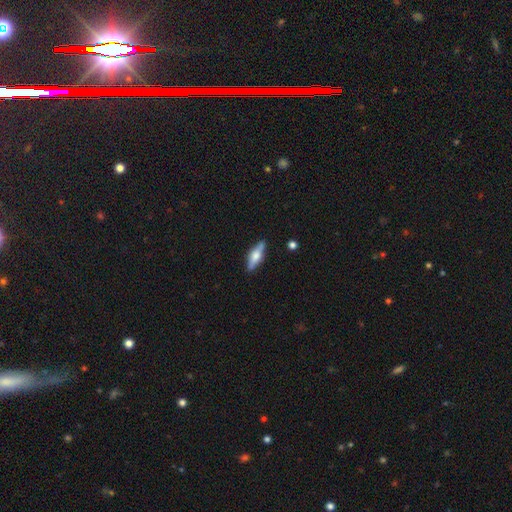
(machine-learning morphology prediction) Smooth or featured: featured or disk — 54% (smooth — 39%)
Edge-on disk: yes — 93% (no — 7%)
Edge-on bulge: rounded — 85% (boxy — 13%)
Merging: none — 82% (minor disturbance — 12%)